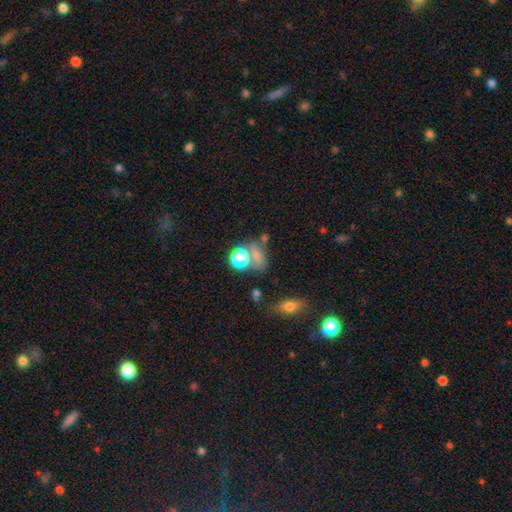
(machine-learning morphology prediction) A smooth galaxy with no disk features (61%) that is in between round and cigar-shaped (48%). Merging: none (46%).